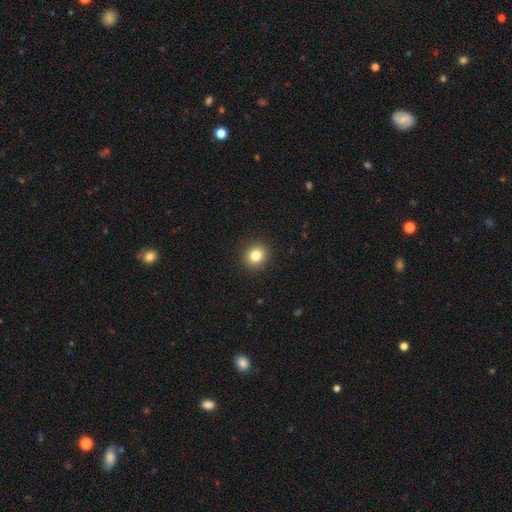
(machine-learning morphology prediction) smooth 82%, star or artifact 11%, featured or disk 7%. Down the decision tree: how rounded — round (82%); merging — none (92%).